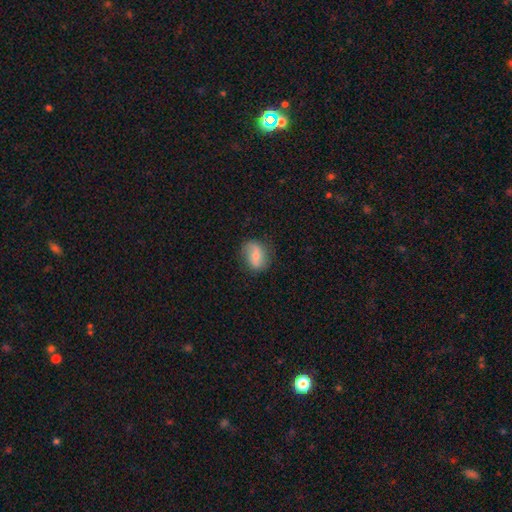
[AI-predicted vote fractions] Q: Smooth or featured?
A: smooth (53%); runner-up: featured or disk (39%)
Q: How rounded?
A: in between (67%); runner-up: round (31%)
Q: Merging?
A: none (76%); runner-up: minor disturbance (18%)